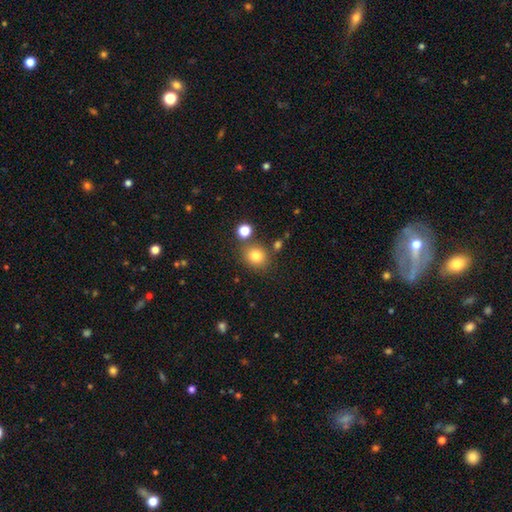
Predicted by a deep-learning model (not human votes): This is clearly a smooth galaxy (82%). How rounded: likely round (74%). Merging: likely none (75%).